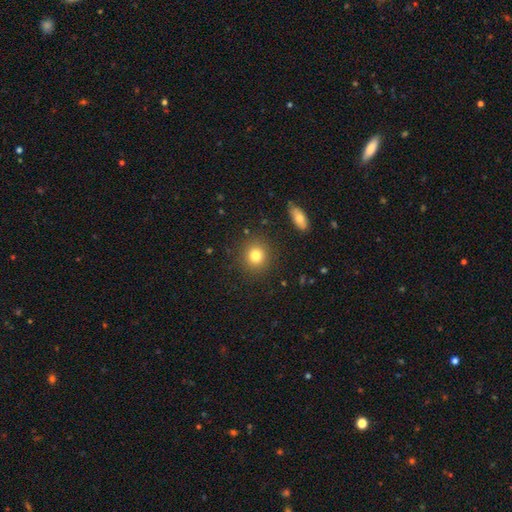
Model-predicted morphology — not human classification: Smooth or featured?
  - smooth: 81% *
  - star or artifact: 11%
  - featured or disk: 8%
How rounded?
  - round: 87% *
  - in between: 12%
  - cigar-shaped: 1%
Merging?
  - none: 88% *
  - minor disturbance: 7%
  - major disturbance: 3%
  - merger: 2%